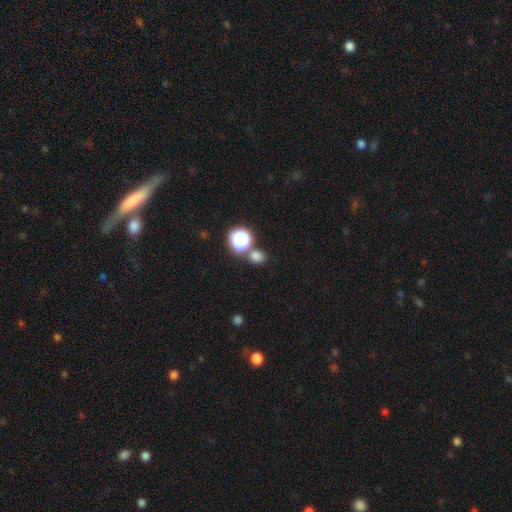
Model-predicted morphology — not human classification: The model was most divided on "how rounded": round: 73%, in between: 25%, cigar-shaped: 1%. More confident: smooth or featured — smooth (72%); merging — none (70%).